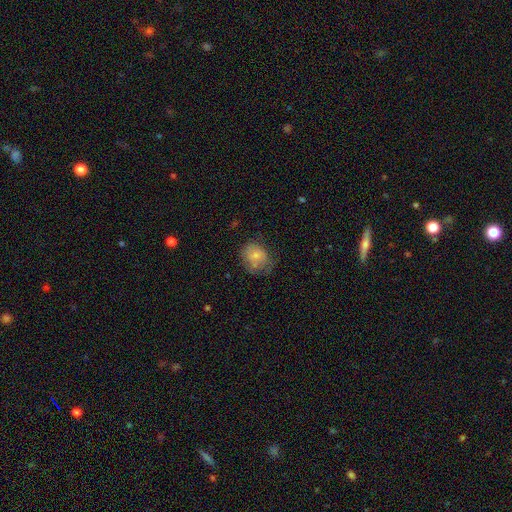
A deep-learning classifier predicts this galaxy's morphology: Overall: smooth (75%). How rounded: round (58%; in between 41%). Merging: none (52%; minor disturbance 30%).